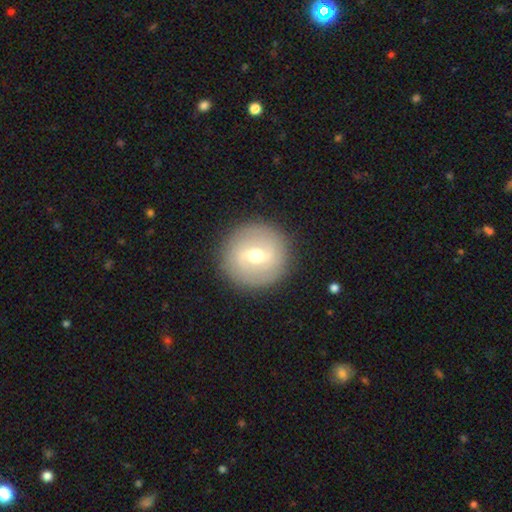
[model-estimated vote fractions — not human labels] Smooth or featured: featured or disk — 58% (smooth — 35%)
Edge-on disk: no — 95% (yes — 5%)
Bar: weak — 56% (strong — 27%)
Spiral arms: yes — 62% (no — 38%)
Bulge size: moderate — 66% (small — 27%)
Merging: none — 89% (minor disturbance — 7%)